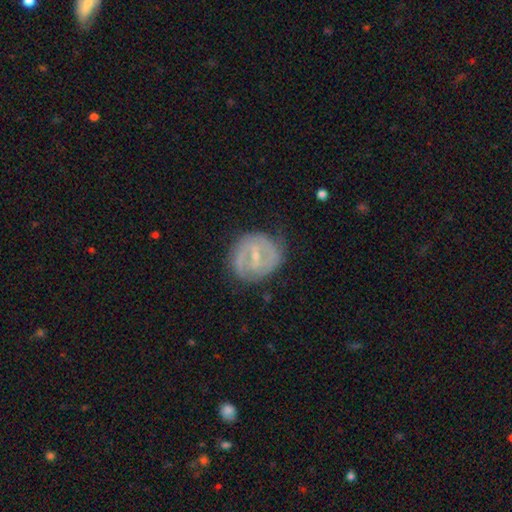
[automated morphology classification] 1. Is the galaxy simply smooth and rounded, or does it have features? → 73% featured or disk, 21% smooth, 7% star or artifact.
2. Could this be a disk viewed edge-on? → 96% no, 4% yes.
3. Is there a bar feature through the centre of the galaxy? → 45% weak, 38% strong, 16% no.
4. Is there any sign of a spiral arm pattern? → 71% yes, 29% no.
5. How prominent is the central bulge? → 67% small, 26% moderate, 5% none, 1% large, 1% dominant.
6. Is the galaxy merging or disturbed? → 70% none, 20% minor disturbance, 8% major disturbance, 2% merger.